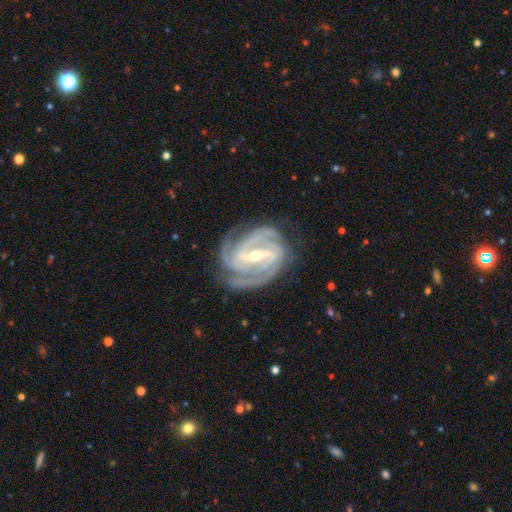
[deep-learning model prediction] smooth-or-featured: featured or disk: 92% | star or artifact: 4% | smooth: 3%
  disk-edge-on: no: 97% | yes: 3%
    bar: strong: 64% | weak: 29% | no: 7%
    has-spiral-arms: yes: 98% | no: 2%
      spiral-winding: tight: 65% | medium: 31% | loose: 4%
      spiral-arm-count: 3: 43% | 4: 25% | 2: 15% | can't tell: 8% | more than 4: 4% | 1: 4%
    bulge-size: small: 51% | moderate: 45% | large: 2% | none: 1% | dominant: 1%
  merging: none: 76% | minor disturbance: 17% | major disturbance: 6% | merger: 1%